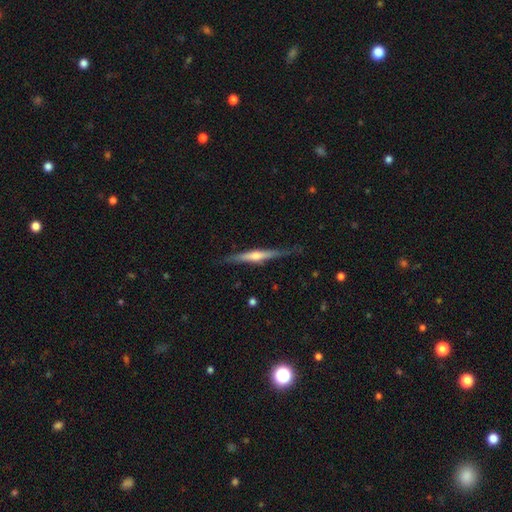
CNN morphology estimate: A featured or disk galaxy (70%) viewed edge-on (97%) with a rounded central bulge (81%).

Vote fractions:
- Smooth or featured? featured or disk: 70% / smooth: 24% / star or artifact: 6%
- Edge-on disk? yes: 97% / no: 3%
- Edge-on bulge? rounded: 81% / none: 11% / boxy: 8%
- Merging? none: 80% / minor disturbance: 15% / major disturbance: 3% / merger: 1%